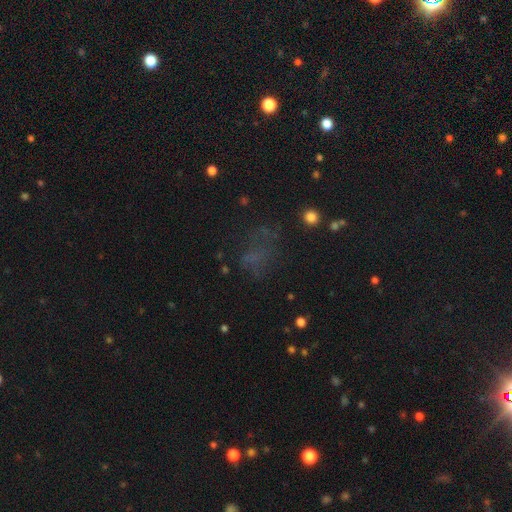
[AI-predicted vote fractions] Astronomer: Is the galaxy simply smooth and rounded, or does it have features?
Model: smooth — 41% (runner-up: star or artifact, 35%).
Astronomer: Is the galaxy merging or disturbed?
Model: none — 48% (runner-up: major disturbance, 29%).